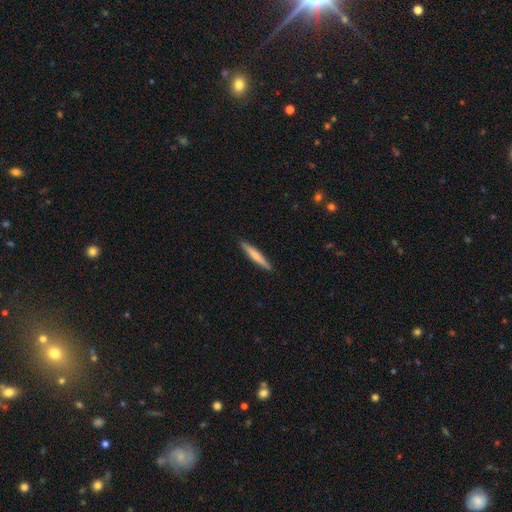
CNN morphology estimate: Q: Smooth or featured?
A: smooth (63%); runner-up: featured or disk (32%)
Q: How rounded?
A: cigar-shaped (95%); runner-up: in between (4%)
Q: Merging?
A: none (91%); runner-up: minor disturbance (7%)